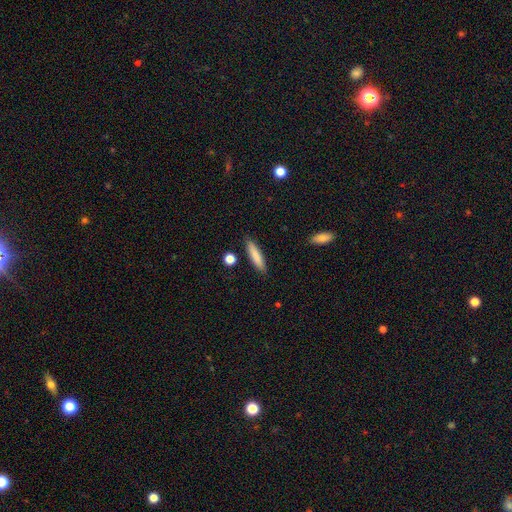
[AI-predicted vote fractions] Q: Smooth or featured?
A: smooth (83%); runner-up: featured or disk (11%)
Q: How rounded?
A: cigar-shaped (81%); runner-up: in between (17%)
Q: Merging?
A: none (88%); runner-up: minor disturbance (8%)